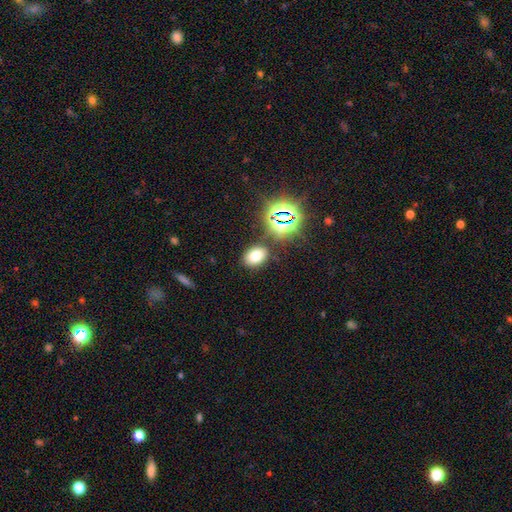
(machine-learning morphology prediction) type=smooth (68%); roundness=in between (79%); merging=none (82%).